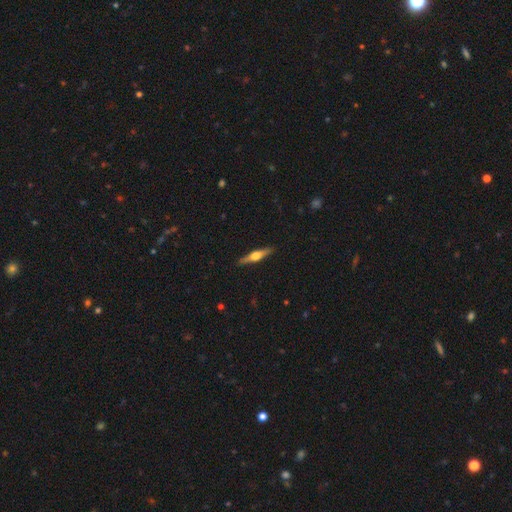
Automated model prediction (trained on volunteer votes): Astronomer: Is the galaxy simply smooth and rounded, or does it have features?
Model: featured or disk — 68%.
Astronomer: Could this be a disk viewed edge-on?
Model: yes — 97%.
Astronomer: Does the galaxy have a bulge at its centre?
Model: rounded — 92%.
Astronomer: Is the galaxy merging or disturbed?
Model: none — 90%.